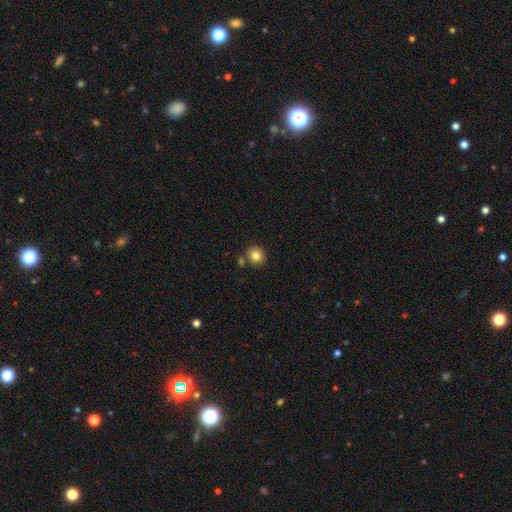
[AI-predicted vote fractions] Overall: smooth (82%). How rounded: round (91%). Merging: none (80%).